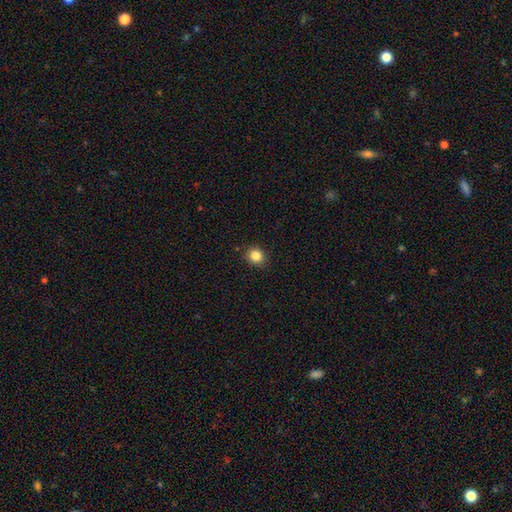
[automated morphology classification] This appears to be a smooth galaxy with no disk features (85%) that is round (78%). Merging: none (88%).